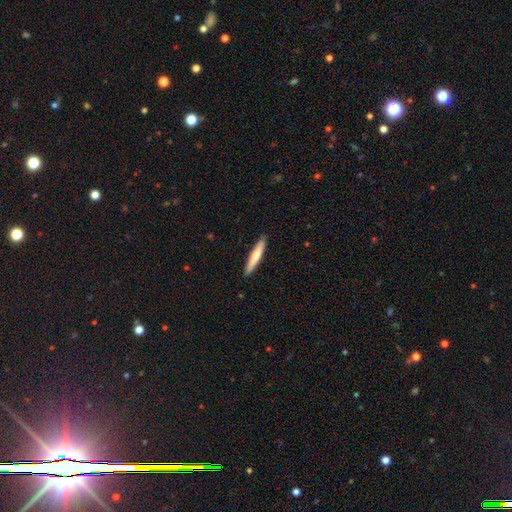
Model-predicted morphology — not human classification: A smooth galaxy with no disk features (67%) that is cigar-shaped (92%). Merging: none (90%).